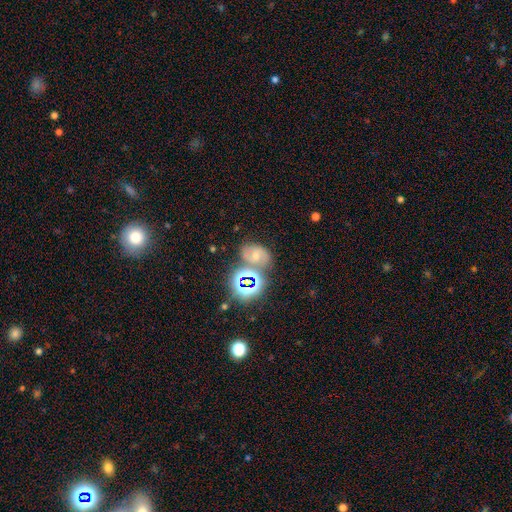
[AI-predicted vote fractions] smooth-or-featured: smooth: 35% | featured or disk: 33% | star or artifact: 32%
  merging: none: 54% | merger: 20% | minor disturbance: 17% | major disturbance: 8%